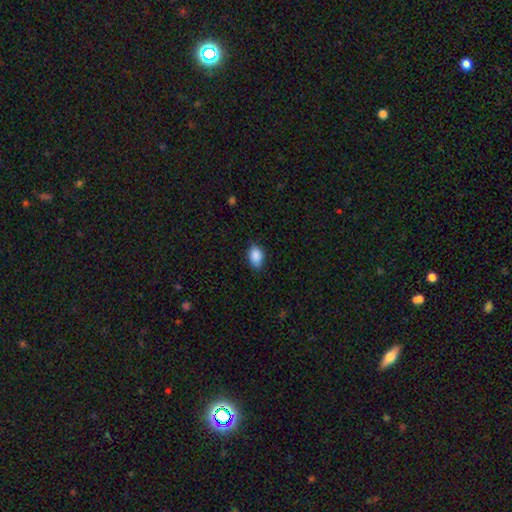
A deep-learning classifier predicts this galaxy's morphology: A smooth galaxy with no disk features (89%) that is in between round and cigar-shaped (85%).

Vote fractions:
- Smooth or featured? smooth: 89% / star or artifact: 7% / featured or disk: 4%
- How rounded? in between: 85% / round: 13% / cigar-shaped: 2%
- Merging? none: 77% / minor disturbance: 19% / major disturbance: 3% / merger: 1%